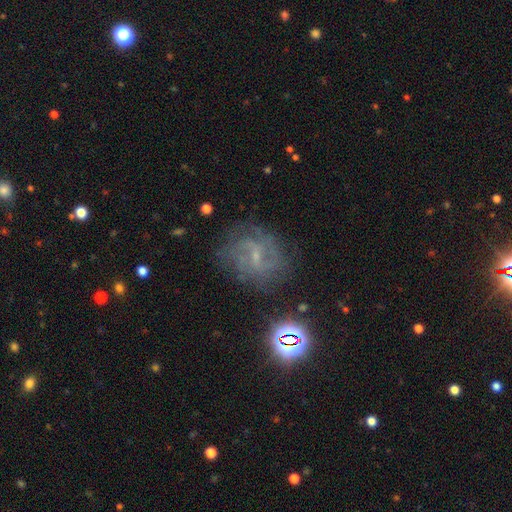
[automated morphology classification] Smooth or featured? Predicted: featured or disk (p=0.72). Edge-on disk? Predicted: no (p=0.97). Bar? Predicted: weak (p=0.57). Spiral arms? Predicted: yes (p=0.90). Spiral winding? Predicted: medium (p=0.46). Spiral arm count? Predicted: 2 (p=0.40). Bulge size? Predicted: small (p=0.69). Merging? Predicted: none (p=0.72).